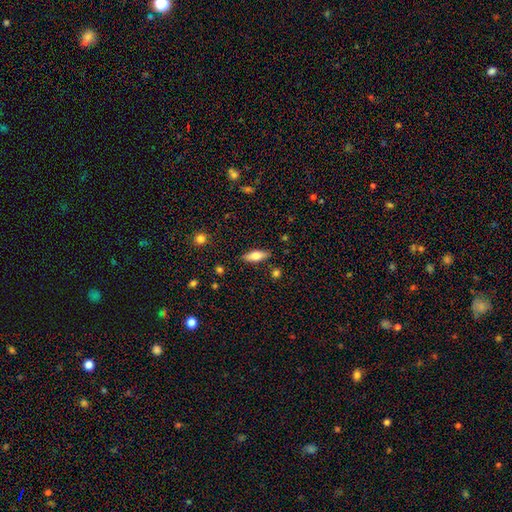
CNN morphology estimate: This is likely a smooth galaxy (68%). How rounded: likely in between (68%). Merging: clearly none (86%).